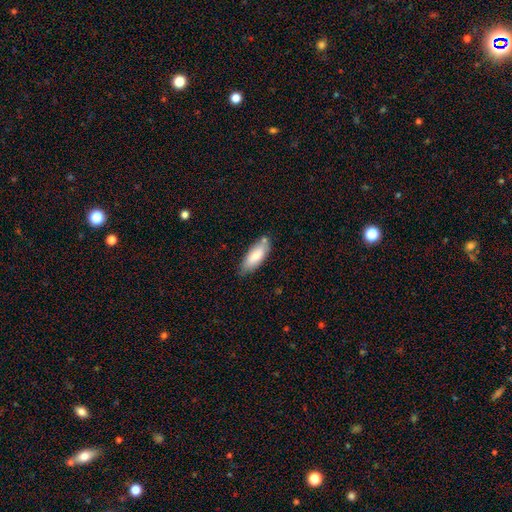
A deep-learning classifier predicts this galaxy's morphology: A smooth galaxy with no disk features (79%) that is in between round and cigar-shaped (71%). Merging: none (69%).